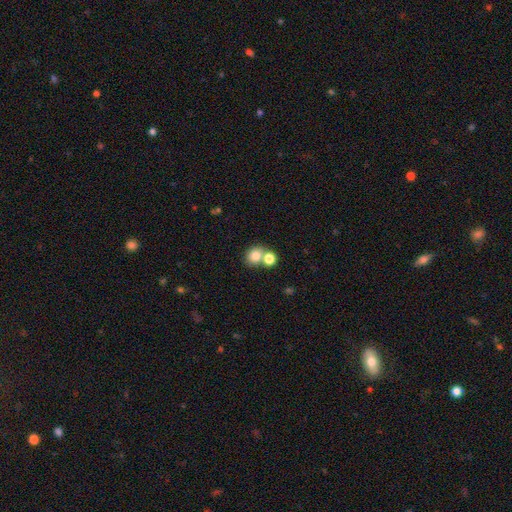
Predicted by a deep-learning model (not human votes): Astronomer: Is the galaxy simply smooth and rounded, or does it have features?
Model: smooth — 79%.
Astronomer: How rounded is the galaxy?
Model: round — 72%.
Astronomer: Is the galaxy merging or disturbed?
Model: none — 48% (runner-up: merger, 41%).